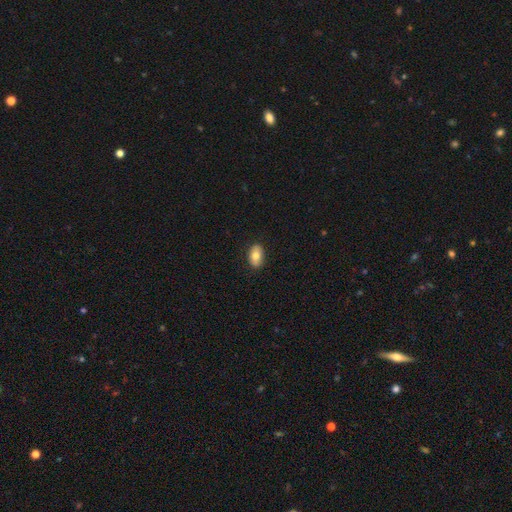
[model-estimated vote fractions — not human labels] Overall: smooth (75%). How rounded: in between (90%). Merging: none (87%).